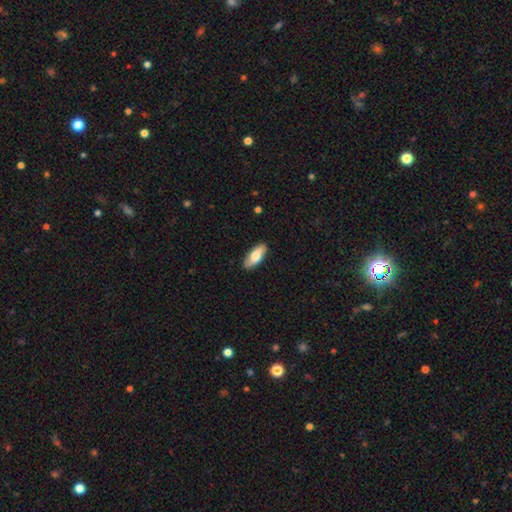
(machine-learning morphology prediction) smooth 72%, featured or disk 22%, star or artifact 6%. Down the decision tree: how rounded — in between (79%); merging — none (86%).